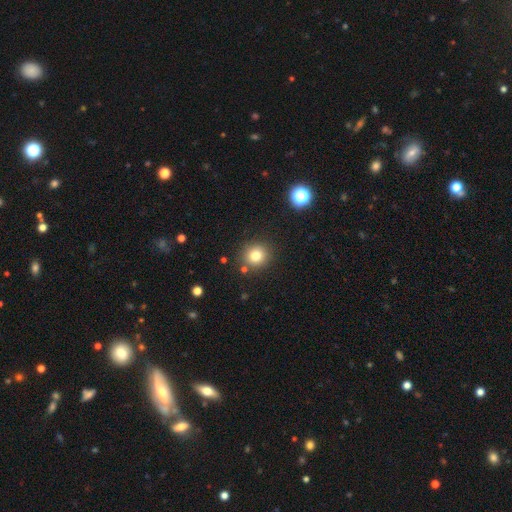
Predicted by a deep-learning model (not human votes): smooth_or_featured: smooth (p=0.80) [alt: star or artifact p=0.13]
how_rounded: round (p=0.88) [alt: in between p=0.11]
merging: none (p=0.84) [alt: minor disturbance p=0.08]